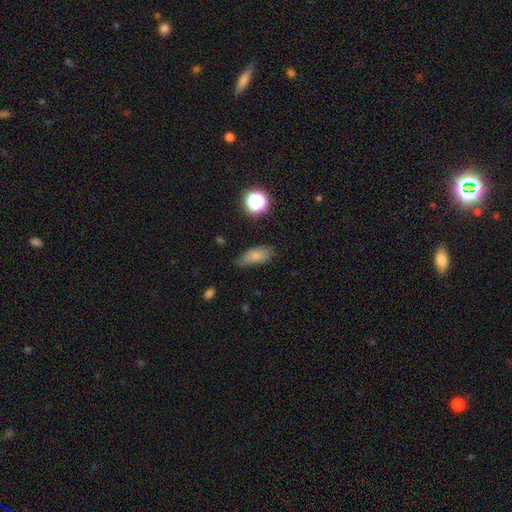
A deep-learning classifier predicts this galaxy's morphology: This appears to be a smooth galaxy with no disk features (78%) that is in between round and cigar-shaped (82%). Merging: none (64%).